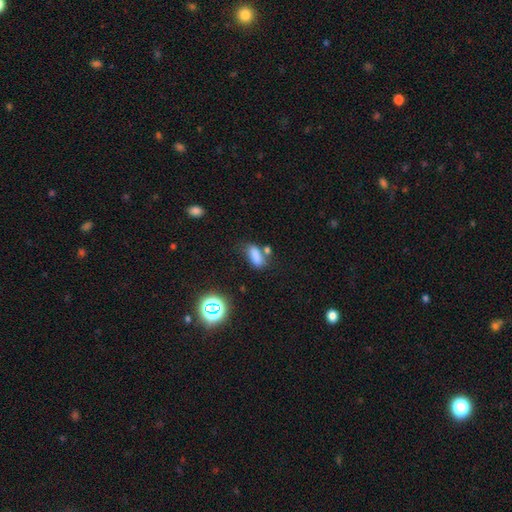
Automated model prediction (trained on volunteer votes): Overall: smooth (79%). How rounded: in between (80%). Merging: none (54%; minor disturbance 22%).